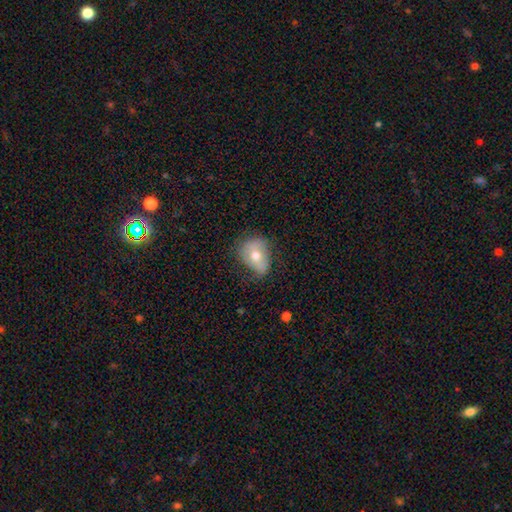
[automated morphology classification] Overall: smooth (59%; featured or disk 33%). How rounded: in between (63%; round 35%). Merging: none (53%; minor disturbance 33%).